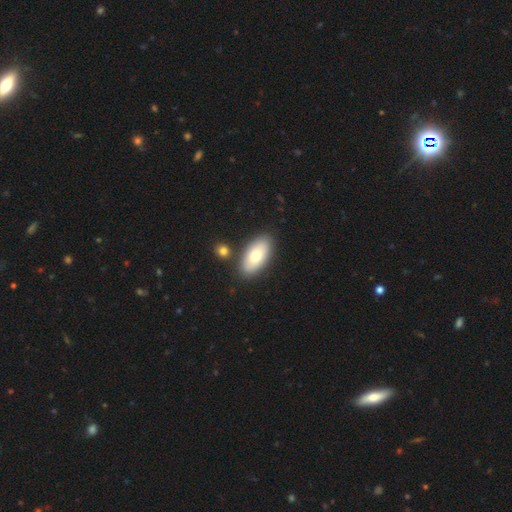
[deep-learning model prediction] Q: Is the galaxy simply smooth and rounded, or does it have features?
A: smooth — 71%.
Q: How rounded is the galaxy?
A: in between — 93%.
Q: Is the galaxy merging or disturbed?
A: none — 82%.